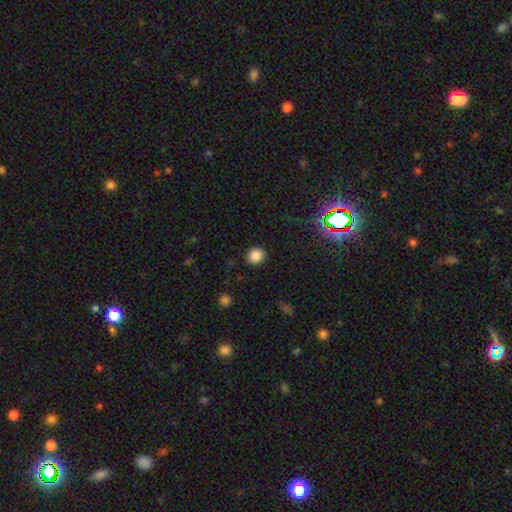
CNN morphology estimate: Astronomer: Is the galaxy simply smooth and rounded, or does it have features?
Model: smooth — 84%.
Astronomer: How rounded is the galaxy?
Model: round — 88%.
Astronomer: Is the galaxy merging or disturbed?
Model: none — 90%.